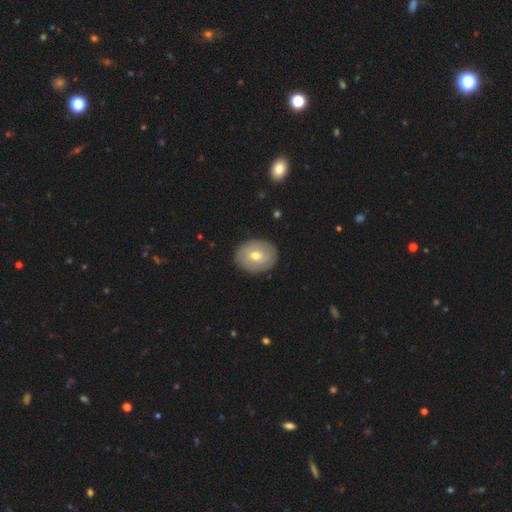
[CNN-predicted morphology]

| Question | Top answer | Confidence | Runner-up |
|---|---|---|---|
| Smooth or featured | smooth | 53% | featured or disk (40%) |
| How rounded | round | 52% | in between (46%) |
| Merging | none | 87% | minor disturbance (9%) |